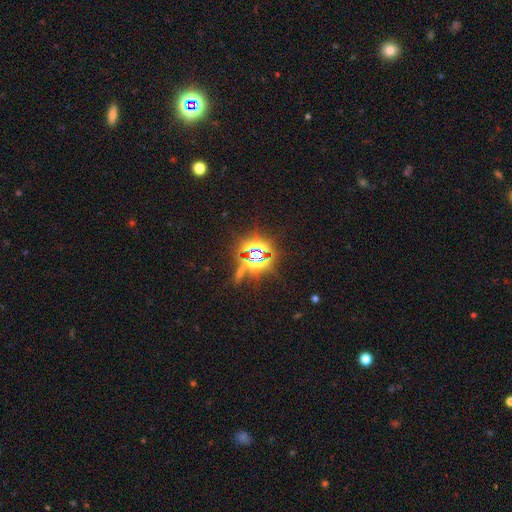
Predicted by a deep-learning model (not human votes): Morphology: type=star or artifact (79%).